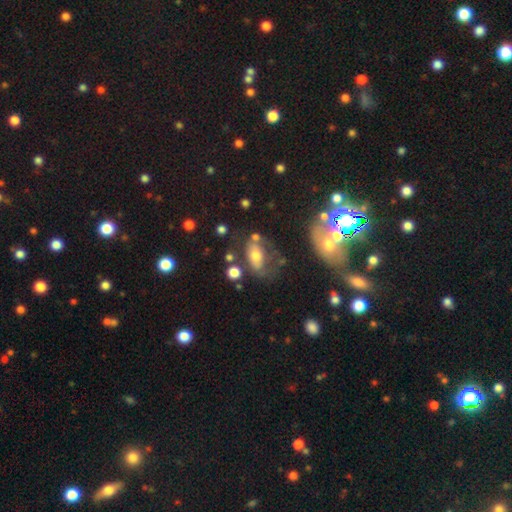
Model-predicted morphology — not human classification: smooth_or_featured: smooth (p=0.52) [alt: featured or disk p=0.37]
how_rounded: in between (p=0.84) [alt: round p=0.12]
merging: none (p=0.42) [alt: minor disturbance p=0.23]